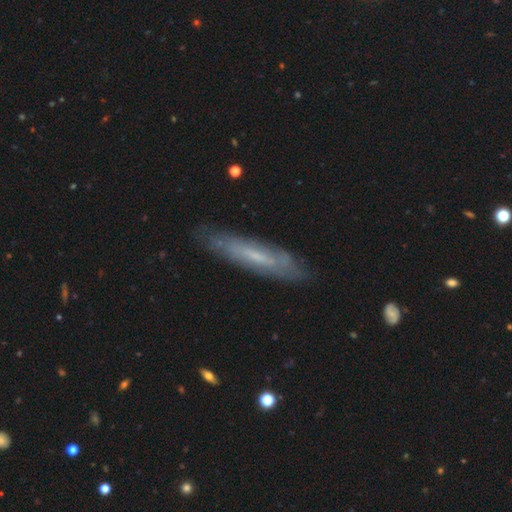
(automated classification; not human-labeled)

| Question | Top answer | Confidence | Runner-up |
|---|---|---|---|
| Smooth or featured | featured or disk | 58% | smooth (35%) |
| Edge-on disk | yes | 55% | no (45%) |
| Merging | none | 82% | minor disturbance (14%) |